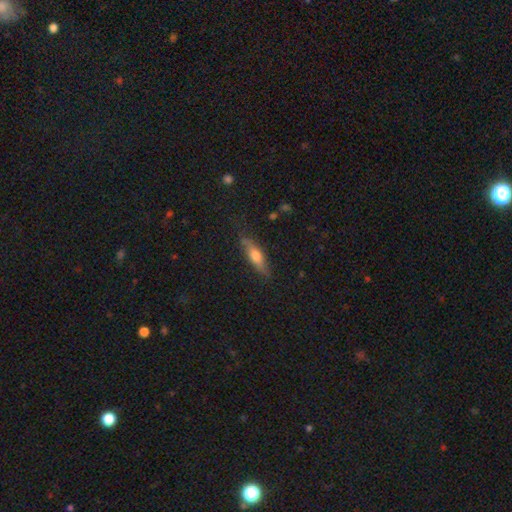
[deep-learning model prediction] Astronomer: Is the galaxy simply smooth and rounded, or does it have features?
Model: smooth — 56% (runner-up: featured or disk, 38%).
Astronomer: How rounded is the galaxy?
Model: cigar-shaped — 61% (runner-up: in between, 36%).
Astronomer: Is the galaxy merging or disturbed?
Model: none — 77%.